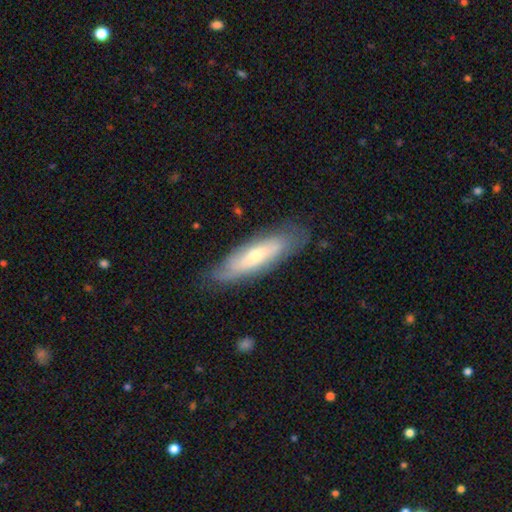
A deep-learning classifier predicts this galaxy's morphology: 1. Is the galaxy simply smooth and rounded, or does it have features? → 49% featured or disk, 45% smooth, 6% star or artifact.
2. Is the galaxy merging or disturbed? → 77% none, 17% minor disturbance, 5% major disturbance, 1% merger.